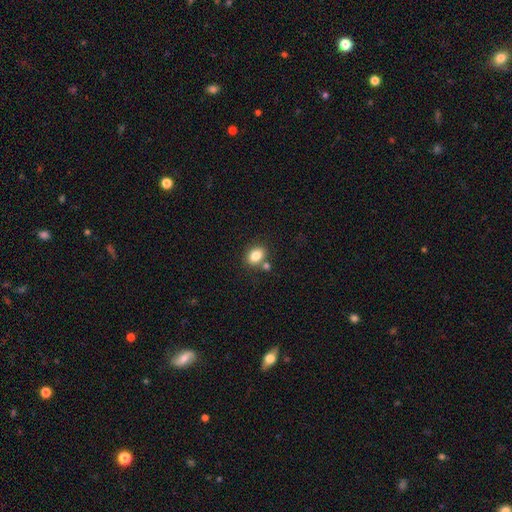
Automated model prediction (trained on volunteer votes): Smooth or featured: smooth — 83% (star or artifact — 9%)
How rounded: in between — 70% (round — 29%)
Merging: none — 68% (merger — 17%)